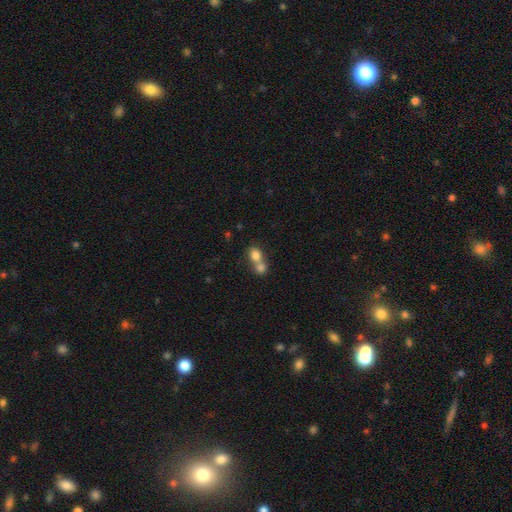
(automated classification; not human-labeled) Smooth or featured? smooth (77%)
How rounded? round (56%)
Merging? merger (68%)